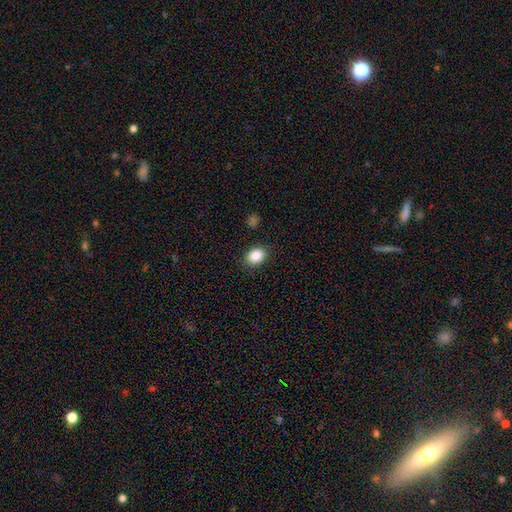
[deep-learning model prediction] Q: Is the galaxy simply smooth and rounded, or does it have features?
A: smooth — 87%.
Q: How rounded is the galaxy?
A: in between — 68%.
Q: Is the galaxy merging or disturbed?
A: none — 87%.